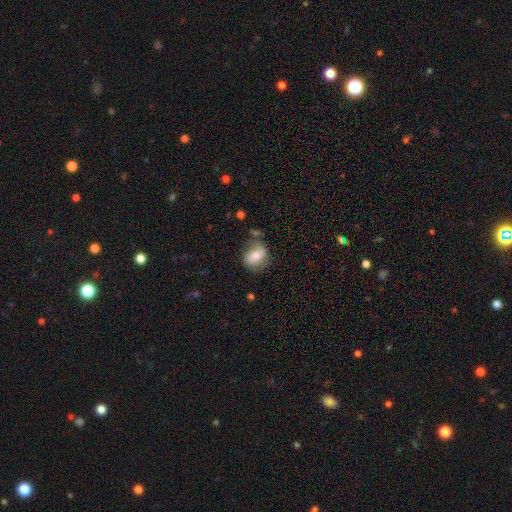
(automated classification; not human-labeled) smooth 63%, featured or disk 28%, star or artifact 8%. Down the decision tree: how rounded — round (51%); merging — none (60%).